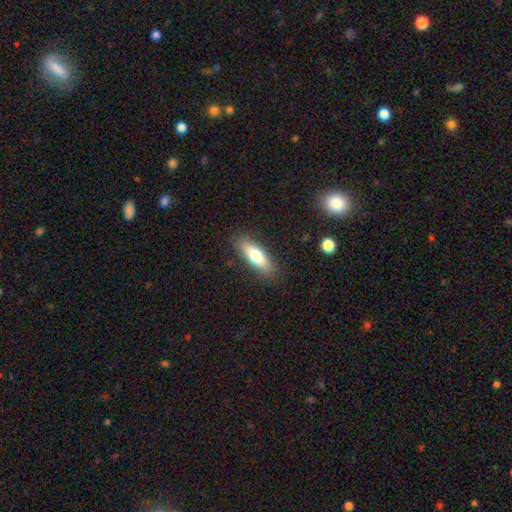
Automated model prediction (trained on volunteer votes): Q: Smooth or featured?
A: smooth (69%); runner-up: featured or disk (24%)
Q: How rounded?
A: in between (53%); runner-up: cigar-shaped (45%)
Q: Merging?
A: none (87%); runner-up: minor disturbance (10%)